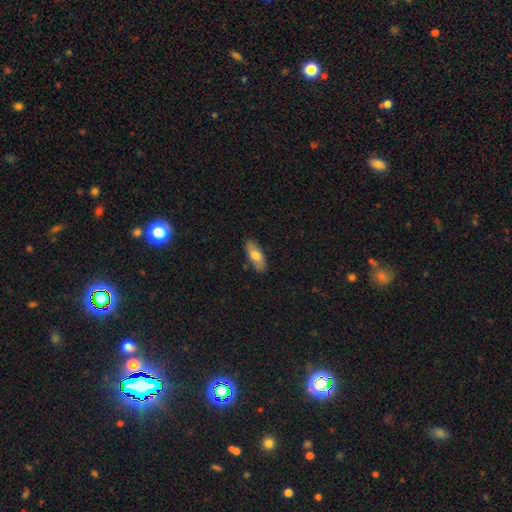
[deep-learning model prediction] Smooth or featured: smooth — 69% (featured or disk — 25%)
How rounded: in between — 80% (cigar-shaped — 17%)
Merging: none — 86% (minor disturbance — 11%)